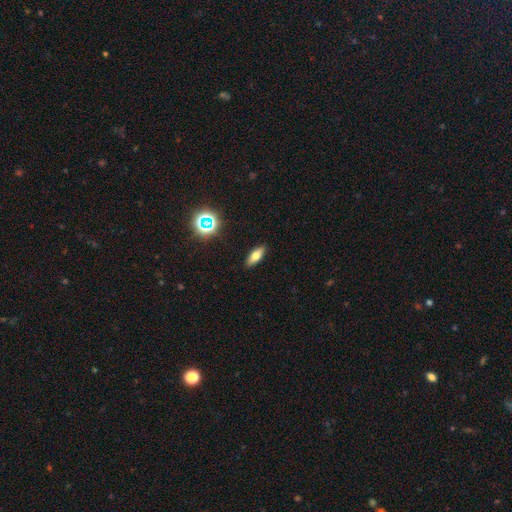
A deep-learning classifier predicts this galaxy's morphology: smooth_or_featured: smooth (p=0.64) [alt: featured or disk p=0.24]
how_rounded: in between (p=0.66) [alt: cigar-shaped p=0.30]
merging: none (p=0.90) [alt: minor disturbance p=0.07]